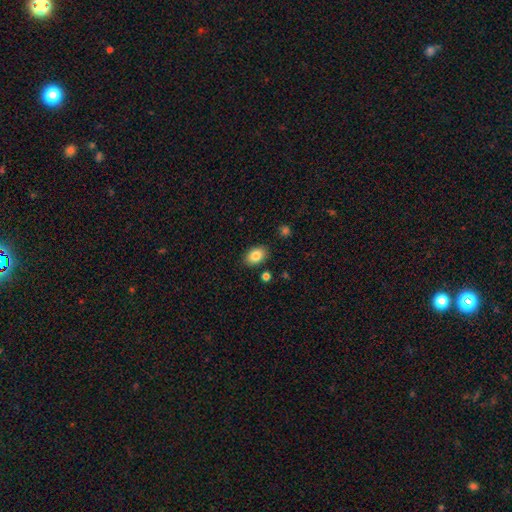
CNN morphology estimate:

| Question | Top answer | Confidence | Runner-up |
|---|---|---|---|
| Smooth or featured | smooth | 85% | star or artifact (8%) |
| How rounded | in between | 82% | round (17%) |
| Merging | none | 86% | minor disturbance (10%) |